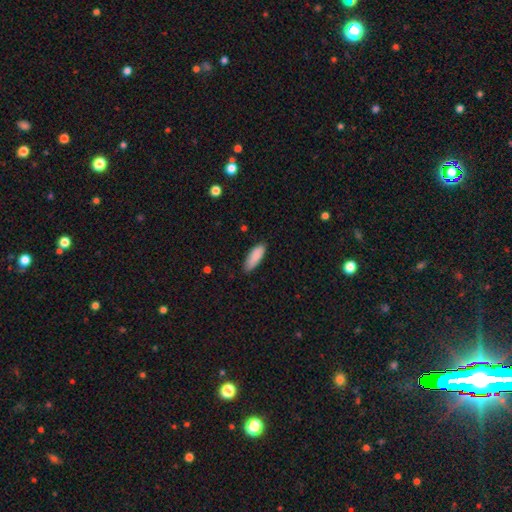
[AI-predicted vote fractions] A smooth galaxy with no disk features (89%) that is in between round and cigar-shaped (63%). Merging: none (82%).